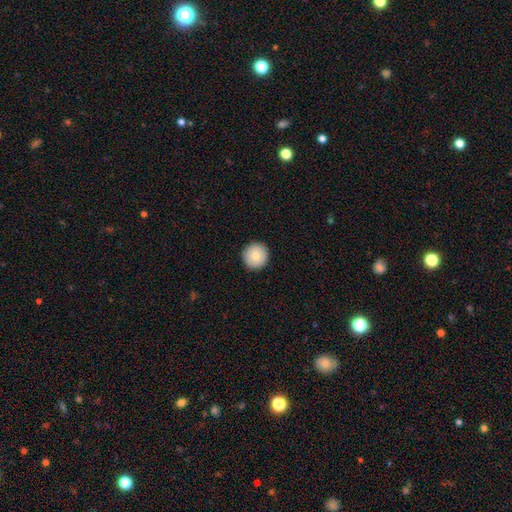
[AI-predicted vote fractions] Overall: smooth (79%). How rounded: round (96%). Merging: none (93%).